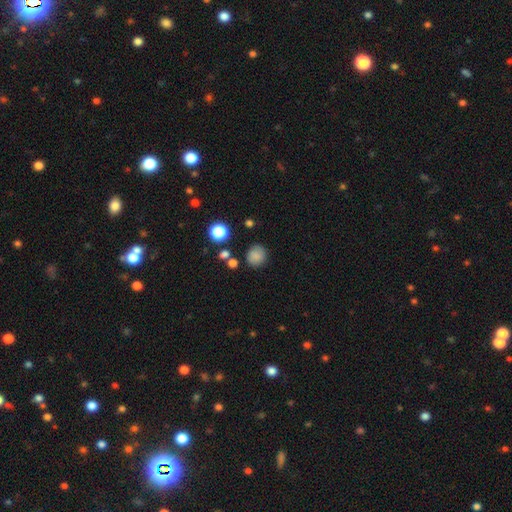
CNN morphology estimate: Overall: smooth (82%). How rounded: round (85%). Merging: none (81%).